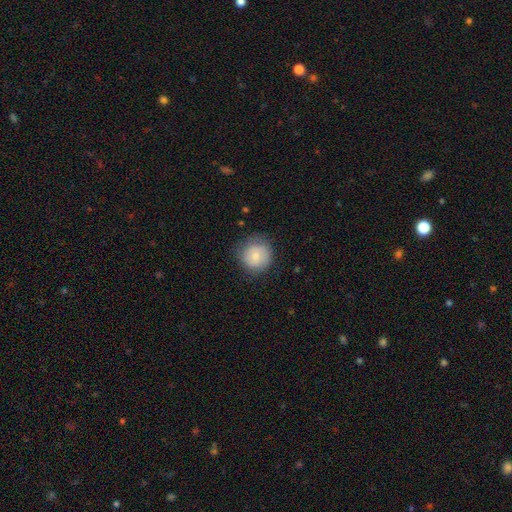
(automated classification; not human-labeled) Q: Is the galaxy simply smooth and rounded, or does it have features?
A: smooth — 74%.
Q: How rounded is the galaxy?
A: round — 91%.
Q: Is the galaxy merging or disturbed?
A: none — 77%.